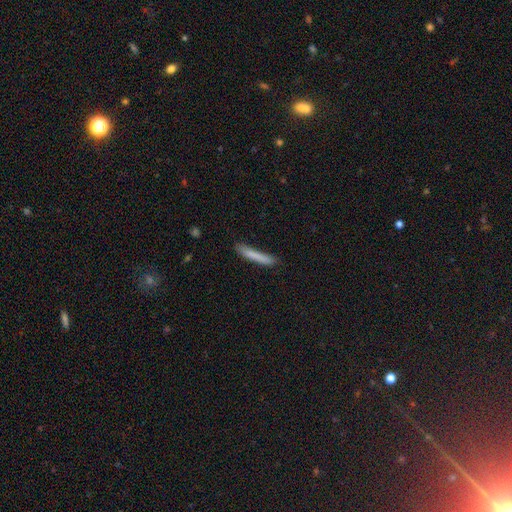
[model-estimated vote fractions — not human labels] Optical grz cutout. It shows a smooth galaxy with no disk features (79%) that is cigar-shaped (95%). Merging: none (79%).